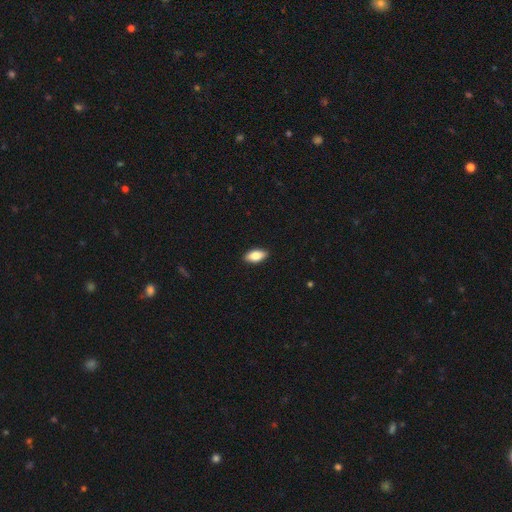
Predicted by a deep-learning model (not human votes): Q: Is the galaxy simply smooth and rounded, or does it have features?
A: smooth — 81%.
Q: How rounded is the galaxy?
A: in between — 89%.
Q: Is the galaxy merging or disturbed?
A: none — 90%.